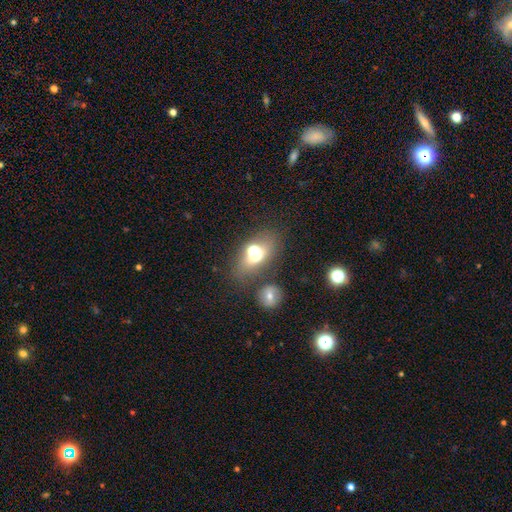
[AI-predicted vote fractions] This is possibly a smooth galaxy (58%). How rounded: likely in between (72%). Merging: possibly none (56%).